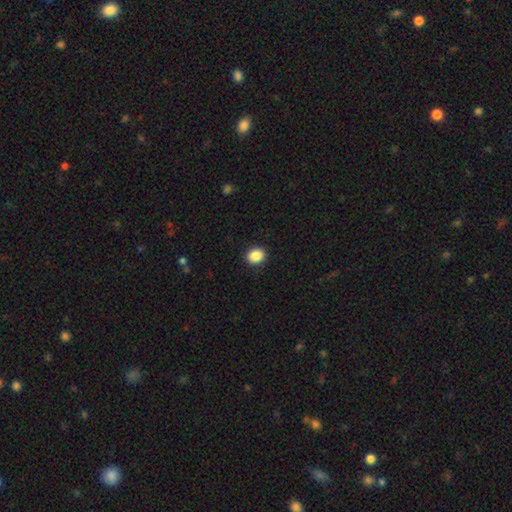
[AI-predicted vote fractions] smooth 88%, star or artifact 9%, featured or disk 3%. Down the decision tree: how rounded — round (65%); merging — none (92%).